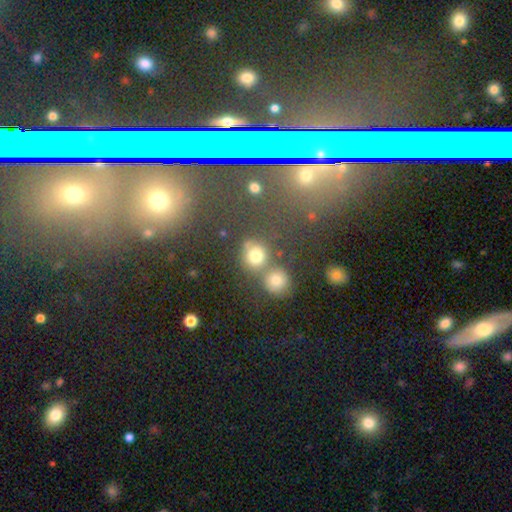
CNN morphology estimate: Smooth or featured? smooth (75%)
How rounded? round (84%)
Merging? none (55%)